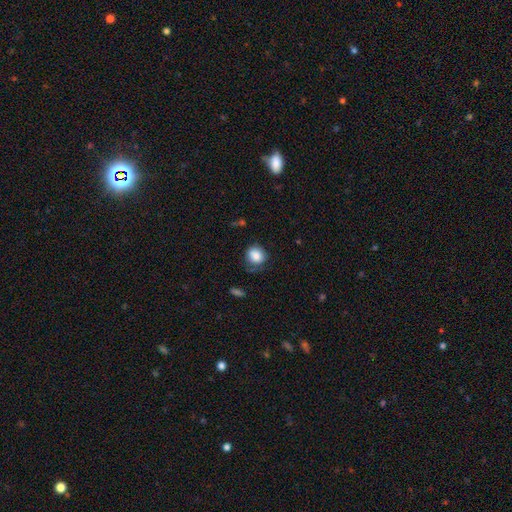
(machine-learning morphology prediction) Smooth or featured? Predicted: smooth (p=0.82). How rounded? Predicted: round (p=0.80). Merging? Predicted: none (p=0.63).